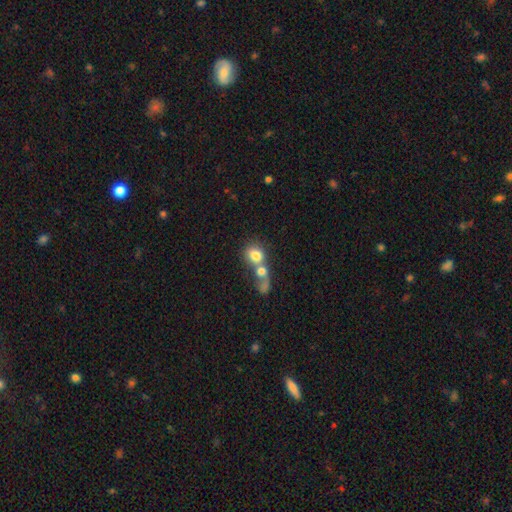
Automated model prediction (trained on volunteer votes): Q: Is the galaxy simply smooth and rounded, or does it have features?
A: smooth — 74%.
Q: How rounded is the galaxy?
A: round — 61%.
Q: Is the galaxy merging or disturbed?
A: merger — 68%.